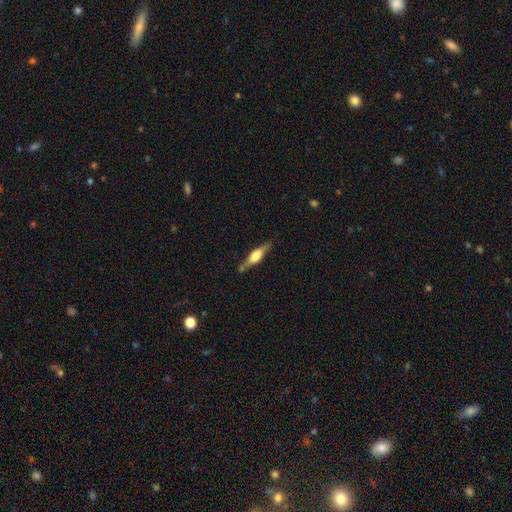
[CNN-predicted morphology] This appears to be a featured or disk galaxy (61%) viewed edge-on (95%) with a rounded central bulge (86%). Merging: none (76%).